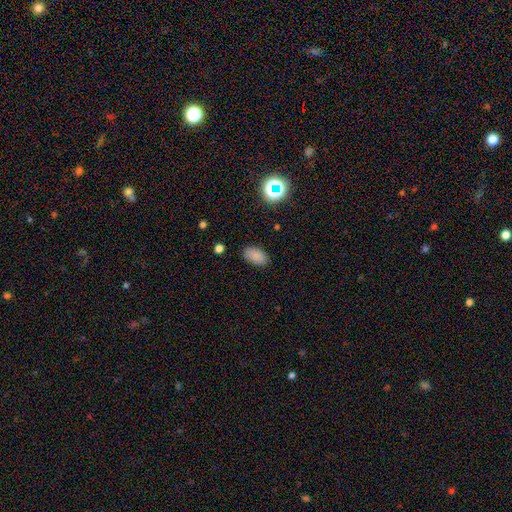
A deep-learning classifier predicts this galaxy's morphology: Q: Smooth or featured?
A: smooth (84%); runner-up: star or artifact (12%)
Q: How rounded?
A: in between (93%); runner-up: round (5%)
Q: Merging?
A: none (86%); runner-up: minor disturbance (10%)